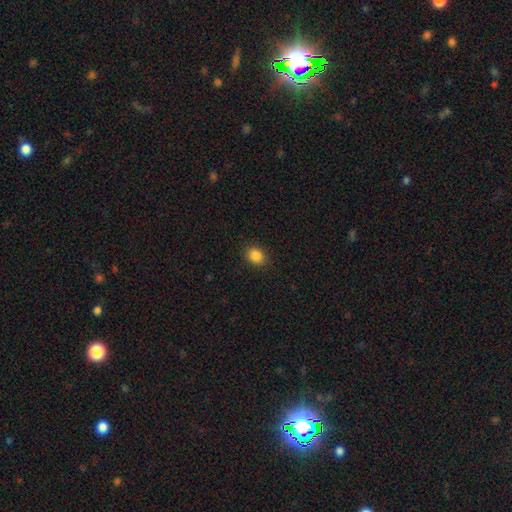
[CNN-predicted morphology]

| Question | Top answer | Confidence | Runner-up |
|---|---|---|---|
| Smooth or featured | smooth | 86% | star or artifact (10%) |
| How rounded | round | 58% | in between (41%) |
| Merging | none | 89% | minor disturbance (8%) |